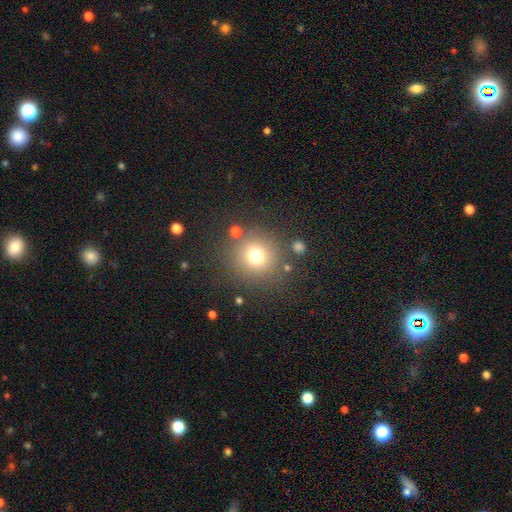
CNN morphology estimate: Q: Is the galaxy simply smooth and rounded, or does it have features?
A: smooth — 72%.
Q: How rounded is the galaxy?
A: round — 93%.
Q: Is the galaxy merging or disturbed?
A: none — 81%.